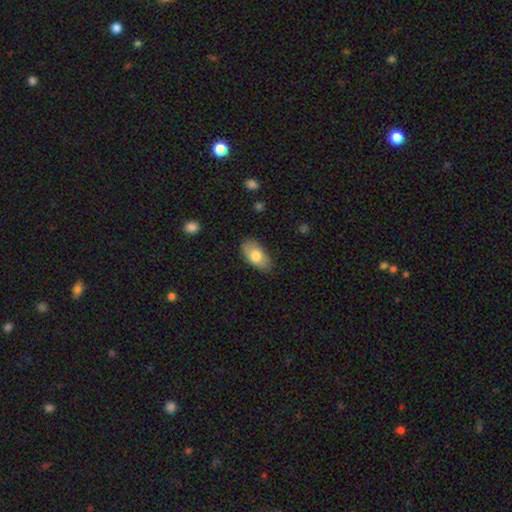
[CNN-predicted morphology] Q: Smooth or featured?
A: smooth (76%); runner-up: featured or disk (17%)
Q: How rounded?
A: in between (93%); runner-up: round (4%)
Q: Merging?
A: none (83%); runner-up: minor disturbance (14%)